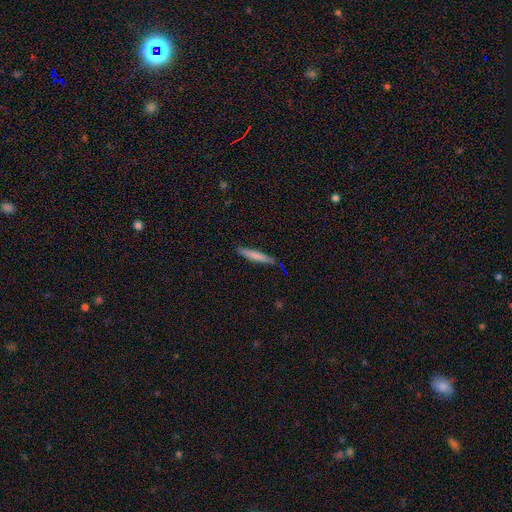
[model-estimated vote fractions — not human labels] Smooth or featured? Predicted: smooth (p=0.74). How rounded? Predicted: cigar-shaped (p=0.93). Merging? Predicted: none (p=0.83).